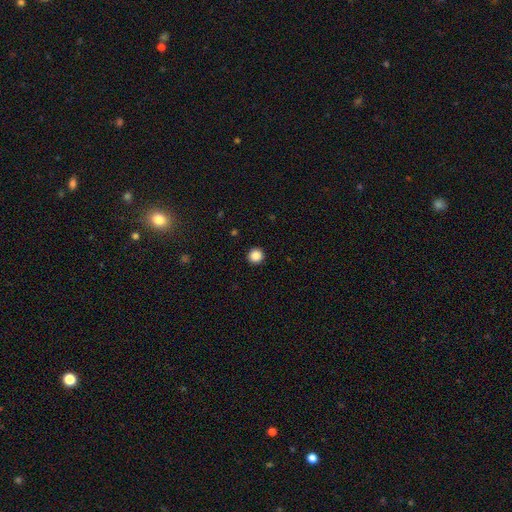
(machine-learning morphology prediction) Q: Smooth or featured?
A: smooth (88%); runner-up: star or artifact (10%)
Q: How rounded?
A: round (94%); runner-up: in between (5%)
Q: Merging?
A: none (93%); runner-up: minor disturbance (5%)